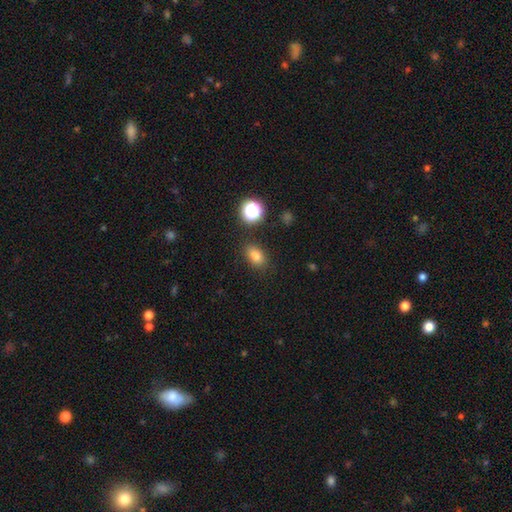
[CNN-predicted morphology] type=smooth (79%); roundness=in between (79%); merging=none (84%).